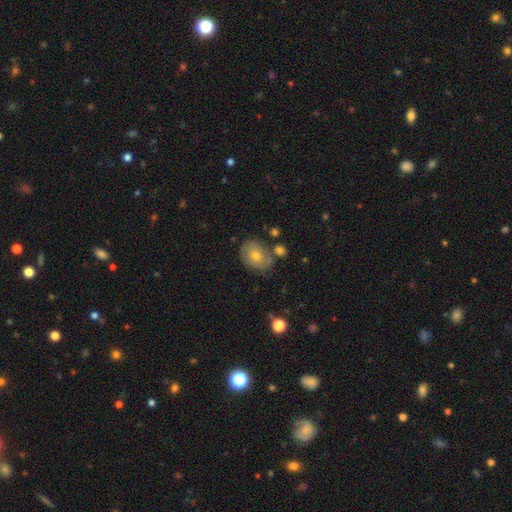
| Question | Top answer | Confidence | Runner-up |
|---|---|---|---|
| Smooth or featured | smooth | 76% | featured or disk (21%) |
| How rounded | in between | 83% | round (17%) |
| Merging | none | 65% | minor disturbance (19%) |